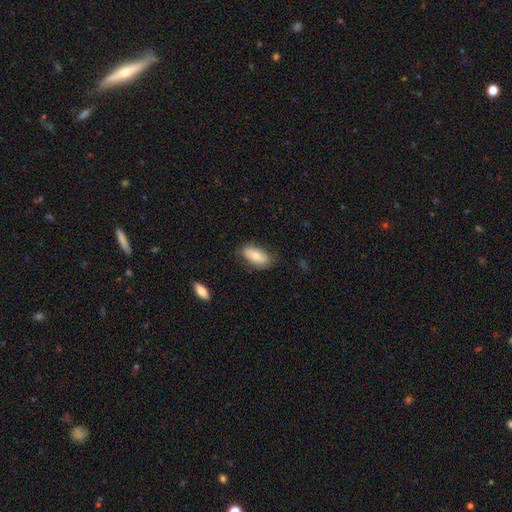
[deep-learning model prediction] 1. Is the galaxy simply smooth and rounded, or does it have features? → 70% smooth, 24% featured or disk, 7% star or artifact.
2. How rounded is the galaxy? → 90% in between, 6% cigar-shaped, 3% round.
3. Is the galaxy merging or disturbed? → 76% none, 19% minor disturbance, 4% major disturbance, 1% merger.